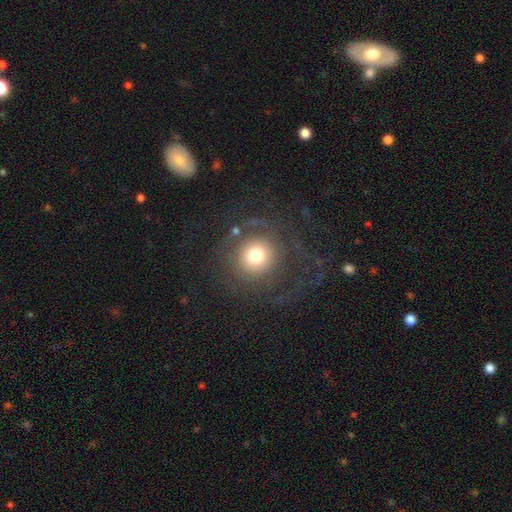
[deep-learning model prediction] Q: Smooth or featured?
A: smooth (46%); runner-up: featured or disk (41%)
Q: Merging?
A: none (65%); runner-up: major disturbance (21%)